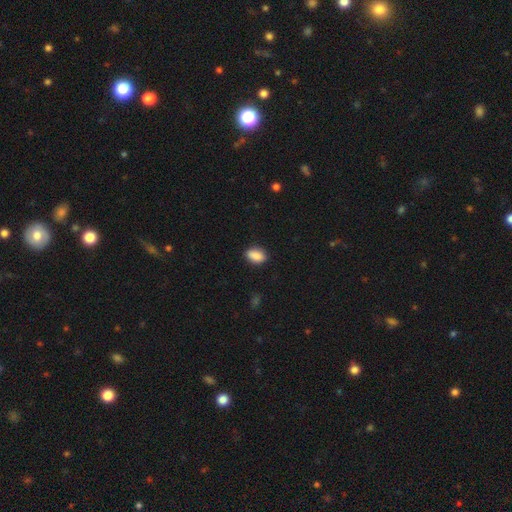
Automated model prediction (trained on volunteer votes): Morphology: type=smooth (88%); roundness=in between (87%); merging=none (85%).